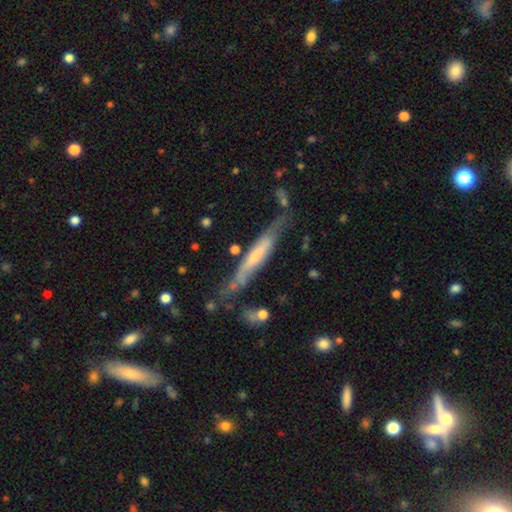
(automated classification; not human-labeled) This is possibly a featured or disk galaxy (52%). It is likely viewed edge-on (74%). Merging: possibly none (54%).